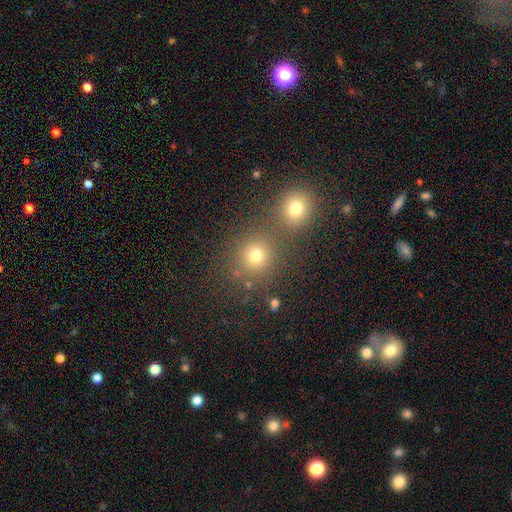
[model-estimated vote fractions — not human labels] This appears to be a smooth galaxy with no disk features (75%) that is round (86%). Merging: none (65%).